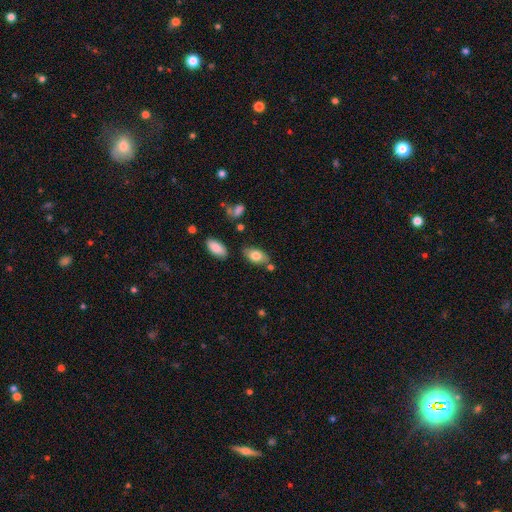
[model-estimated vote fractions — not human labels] Q: Smooth or featured?
A: smooth (79%); runner-up: featured or disk (14%)
Q: How rounded?
A: in between (90%); runner-up: round (6%)
Q: Merging?
A: none (70%); runner-up: minor disturbance (18%)